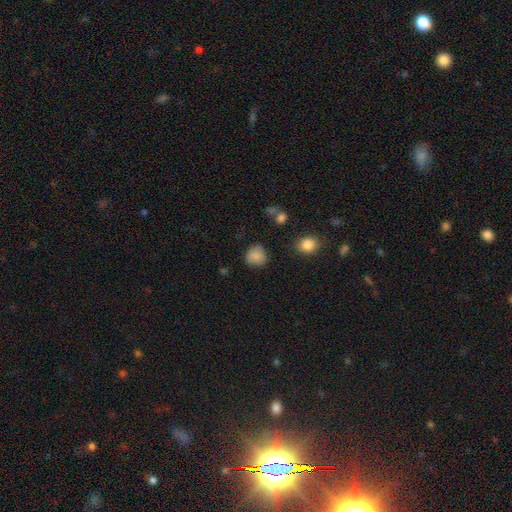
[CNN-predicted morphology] This is clearly a smooth galaxy (85%). How rounded: clearly round (84%). Merging: likely none (78%).